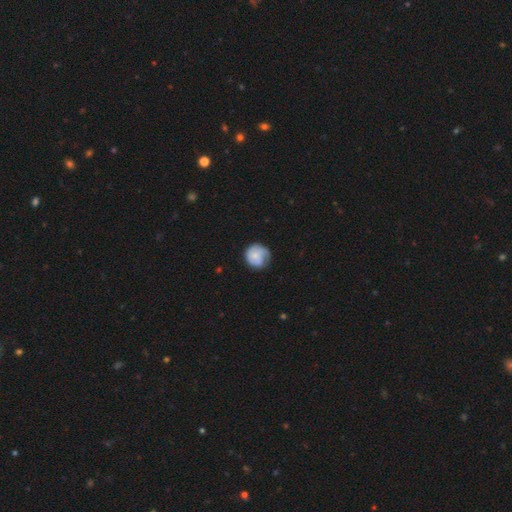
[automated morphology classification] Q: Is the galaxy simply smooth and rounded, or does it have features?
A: smooth — 62%.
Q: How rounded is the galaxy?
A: round — 86%.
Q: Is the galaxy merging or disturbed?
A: none — 59%.